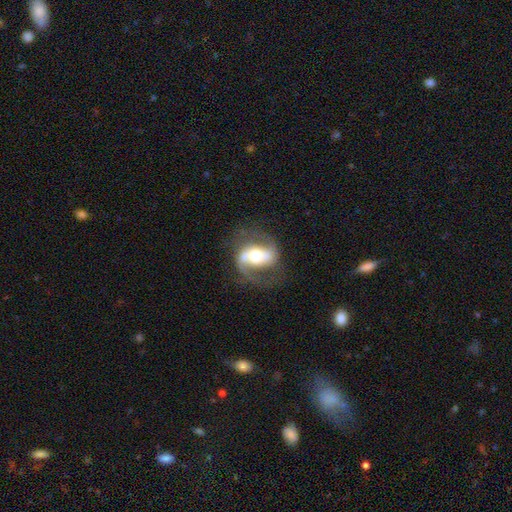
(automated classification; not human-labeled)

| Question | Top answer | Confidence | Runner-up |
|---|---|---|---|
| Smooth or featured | featured or disk | 80% | smooth (14%) |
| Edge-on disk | no | 96% | yes (4%) |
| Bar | strong | 40% | weak (31%) |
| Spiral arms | yes | 89% | no (11%) |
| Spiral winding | medium | 48% | loose (37%) |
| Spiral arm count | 2 | 85% | 1 (8%) |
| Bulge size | moderate | 64% | large (22%) |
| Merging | none | 66% | minor disturbance (17%) |